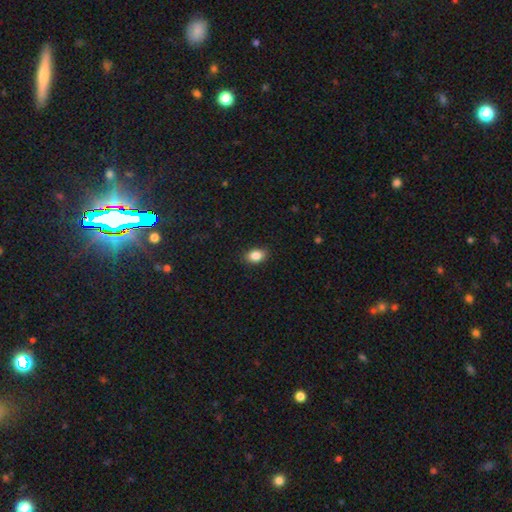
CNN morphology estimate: Smooth or featured?
  - smooth: 85% *
  - star or artifact: 9%
  - featured or disk: 6%
How rounded?
  - in between: 83% *
  - round: 16%
  - cigar-shaped: 2%
Merging?
  - none: 88% *
  - minor disturbance: 9%
  - major disturbance: 2%
  - merger: 1%